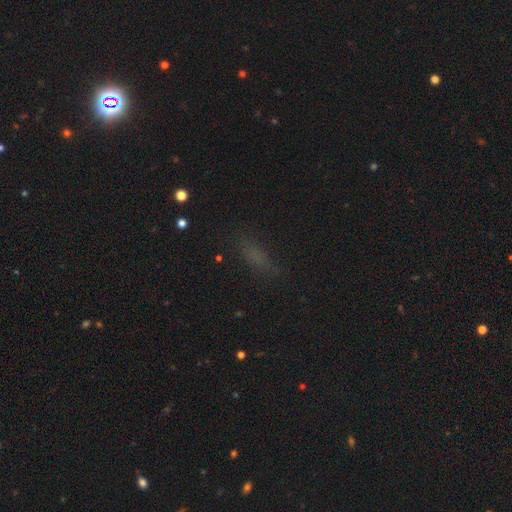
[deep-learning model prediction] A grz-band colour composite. It shows a smooth galaxy with no disk features (59%) that is in between round and cigar-shaped (48%). Merging: none (74%).